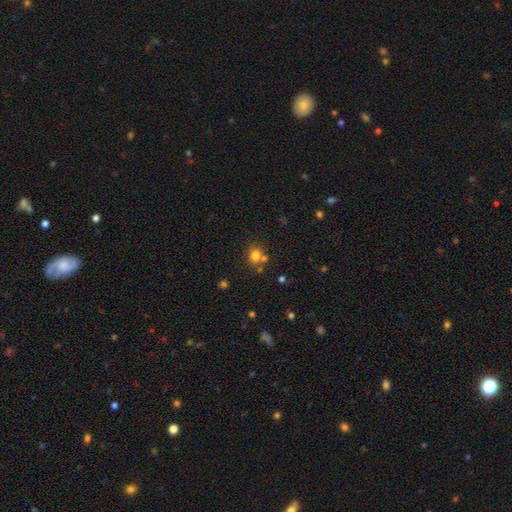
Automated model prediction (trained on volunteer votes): smooth_or_featured: smooth (p=0.76) [alt: star or artifact p=0.16]
how_rounded: round (p=0.71) [alt: in between p=0.28]
merging: none (p=0.64) [alt: merger p=0.22]